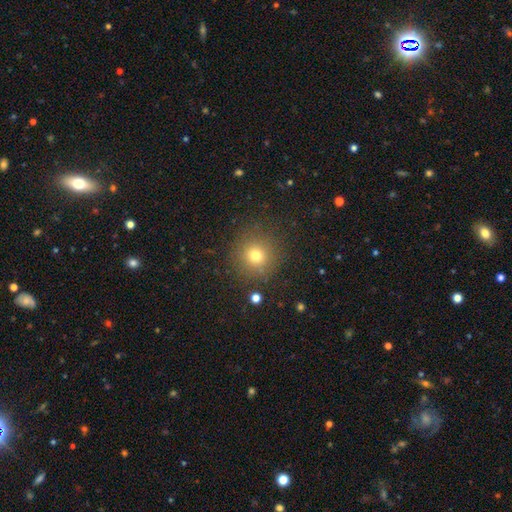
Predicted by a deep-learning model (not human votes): Q: Smooth or featured?
A: smooth (73%); runner-up: star or artifact (18%)
Q: How rounded?
A: round (94%); runner-up: in between (5%)
Q: Merging?
A: none (87%); runner-up: minor disturbance (8%)